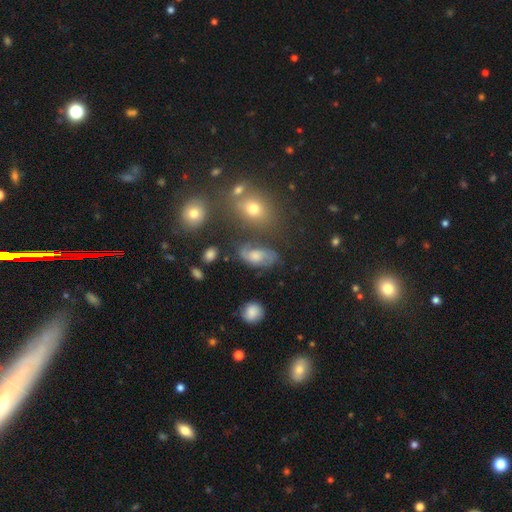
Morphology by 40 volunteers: Smooth or featured? 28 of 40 (70%) said featured or disk. Edge-on disk? 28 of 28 (100%) said no. Bar? 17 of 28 (61%) said no. Spiral arms? 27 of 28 (96%) said yes. Spiral winding? 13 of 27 (48%, tied with medium) said tight. Spiral arm count? 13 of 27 (48%) said 2. Bulge size? 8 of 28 (29%, tied with small) said moderate. Merging? 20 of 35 (57%) said none.